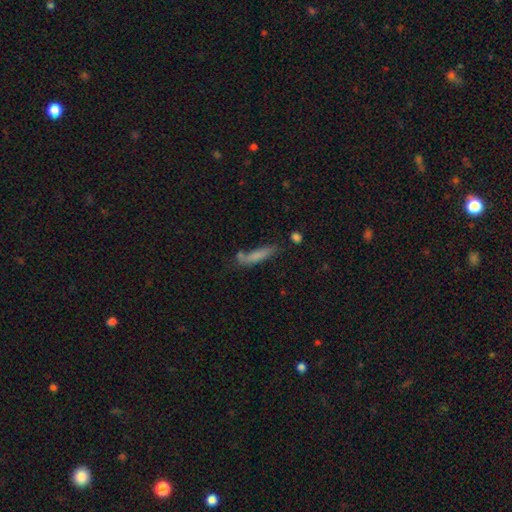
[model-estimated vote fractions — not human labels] Morphology: type=smooth (73%); roundness=cigar-shaped (79%); merging=none (58%).